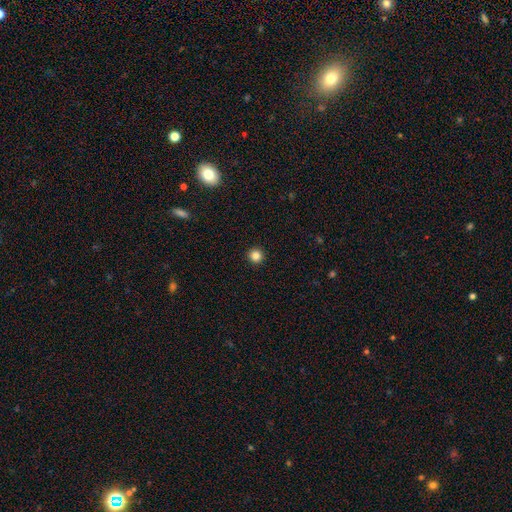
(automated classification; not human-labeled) A smooth galaxy with no disk features (84%) that is round (96%).

Vote fractions:
- Smooth or featured? smooth: 84% / star or artifact: 11% / featured or disk: 4%
- How rounded? round: 96% / in between: 3% / cigar-shaped: 1%
- Merging? none: 94% / minor disturbance: 4% / major disturbance: 1% / merger: 1%